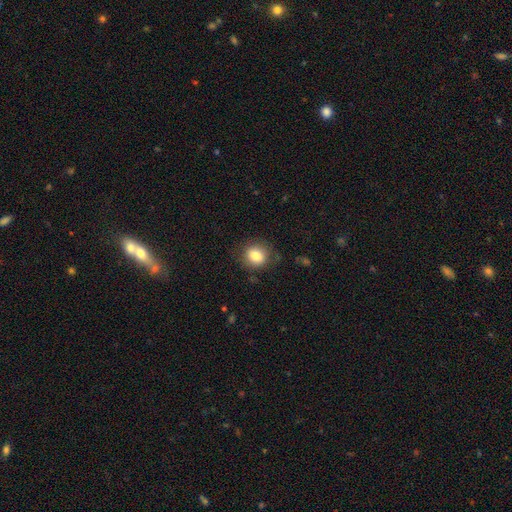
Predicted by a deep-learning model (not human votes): A smooth galaxy with no disk features (83%) that is round (69%). Merging: none (80%).